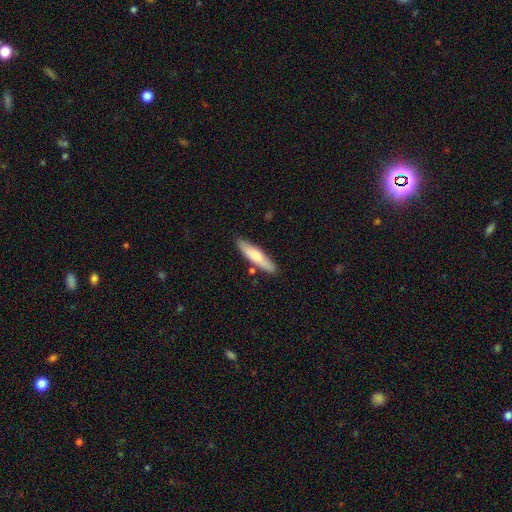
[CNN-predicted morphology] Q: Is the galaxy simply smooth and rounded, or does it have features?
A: smooth — 67%.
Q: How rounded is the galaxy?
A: cigar-shaped — 77%.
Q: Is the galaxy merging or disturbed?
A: none — 84%.